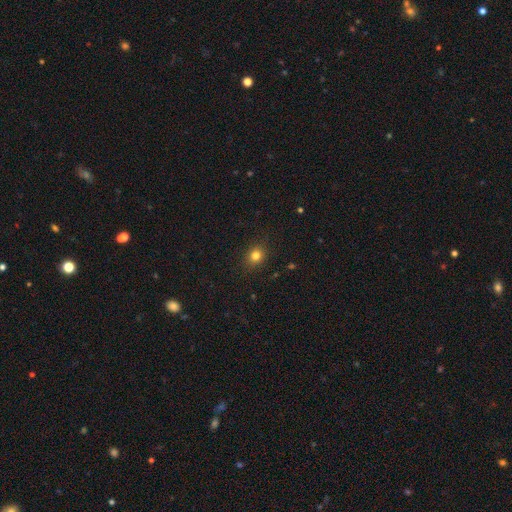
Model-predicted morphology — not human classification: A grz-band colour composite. It shows a smooth galaxy with no disk features (80%) that is round (67%). Merging: none (87%).